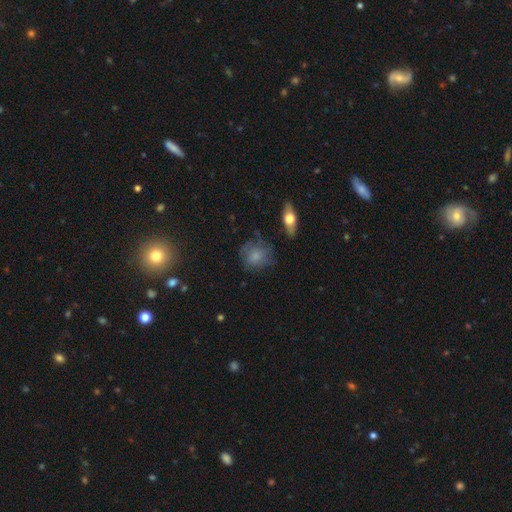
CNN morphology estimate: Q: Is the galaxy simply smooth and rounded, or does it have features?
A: smooth — 67%.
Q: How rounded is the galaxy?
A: round — 73%.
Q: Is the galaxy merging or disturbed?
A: none — 60%.